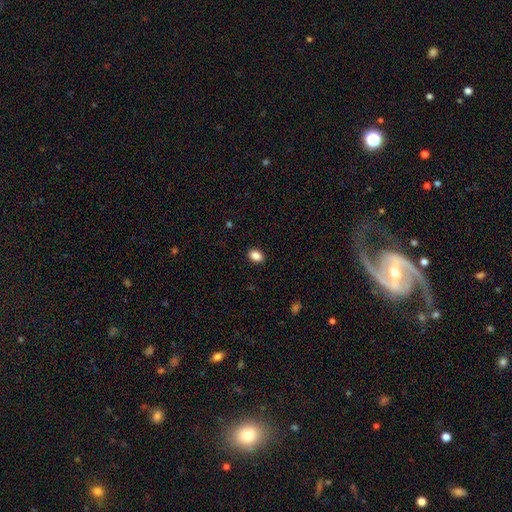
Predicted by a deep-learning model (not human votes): smooth-or-featured: smooth: 87% | star or artifact: 9% | featured or disk: 4%
  how-rounded: in between: 78% | round: 21% | cigar-shaped: 1%
  merging: none: 90% | minor disturbance: 7% | major disturbance: 2% | merger: 1%